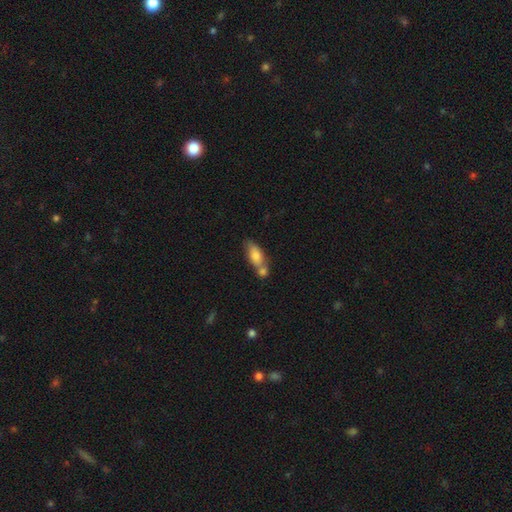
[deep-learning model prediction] Smooth or featured? Predicted: smooth (p=0.76). How rounded? Predicted: in between (p=0.82). Merging? Predicted: merger (p=0.48).